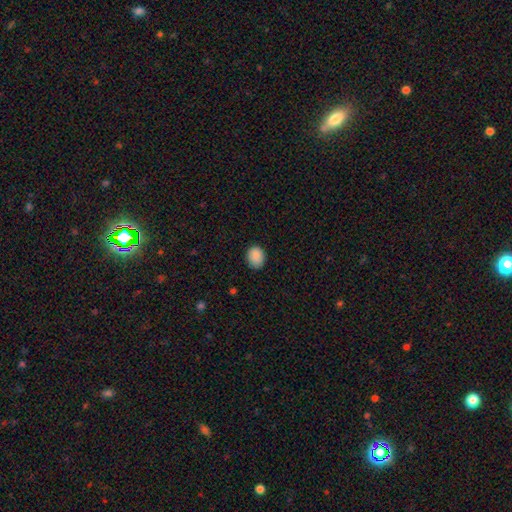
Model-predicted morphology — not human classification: This is clearly a smooth galaxy (89%). How rounded: possibly round (50%). Merging: clearly none (82%).